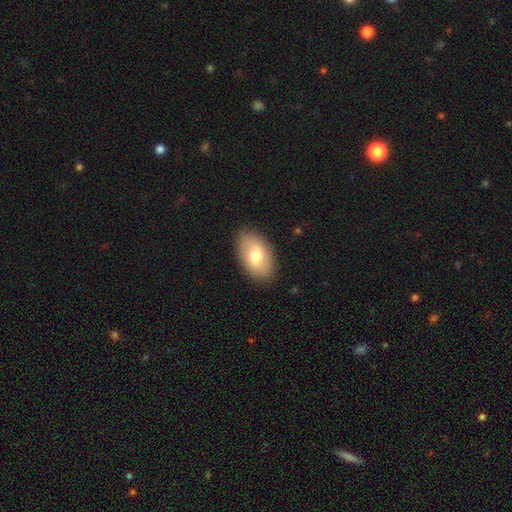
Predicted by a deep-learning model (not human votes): A smooth galaxy with no disk features (66%) that is in between round and cigar-shaped (93%). Merging: none (86%).